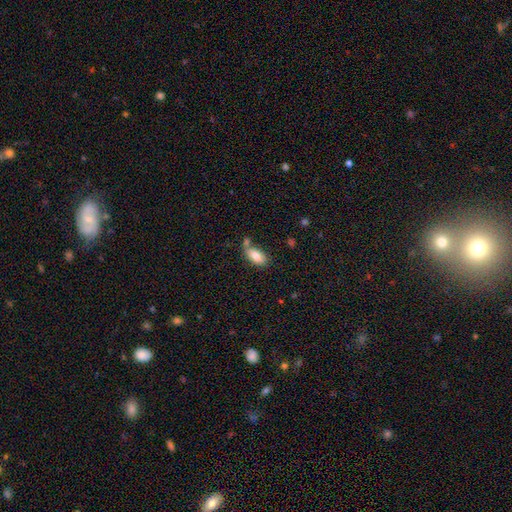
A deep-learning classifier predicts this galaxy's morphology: smooth-or-featured: smooth: 83% | featured or disk: 10% | star or artifact: 7%
  how-rounded: in between: 91% | cigar-shaped: 6% | round: 3%
  merging: none: 51% | merger: 25% | minor disturbance: 18% | major disturbance: 6%